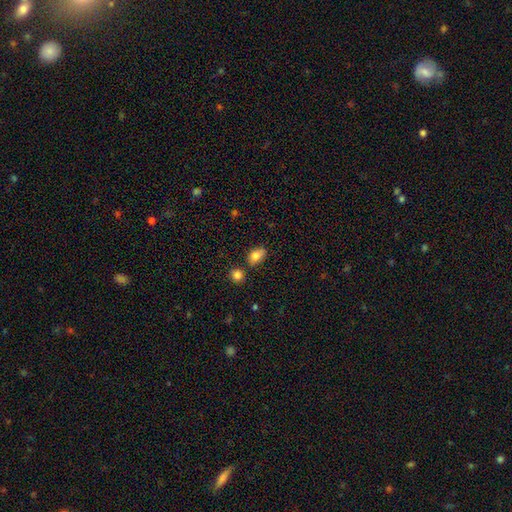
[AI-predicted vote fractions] A smooth galaxy with no disk features (79%) that is in between round and cigar-shaped (83%). Merging: none (68%).